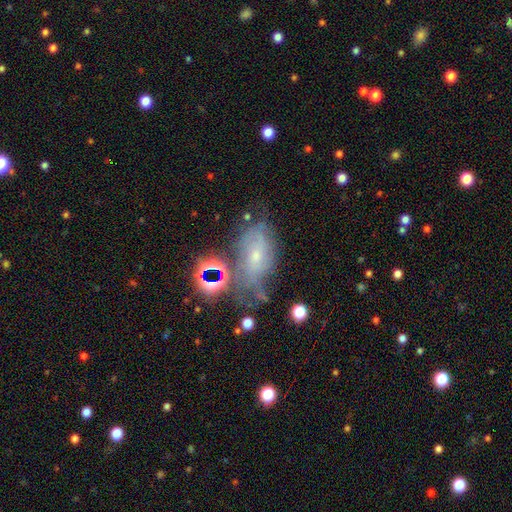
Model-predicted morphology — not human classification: A featured or disk galaxy (52%). Merging: none (38%).